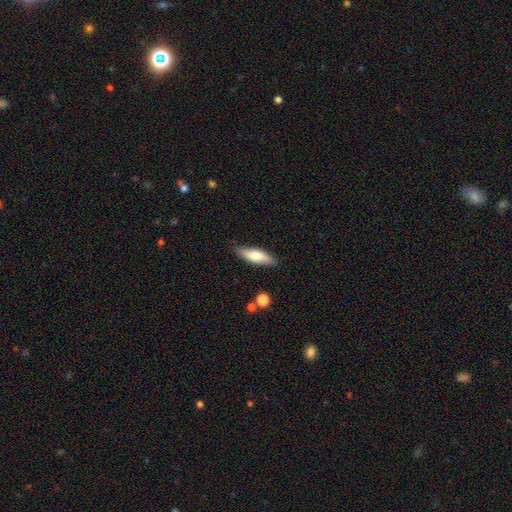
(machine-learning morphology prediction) smooth 72%, featured or disk 22%, star or artifact 6%. Down the decision tree: how rounded — cigar-shaped (52%); merging — none (84%).